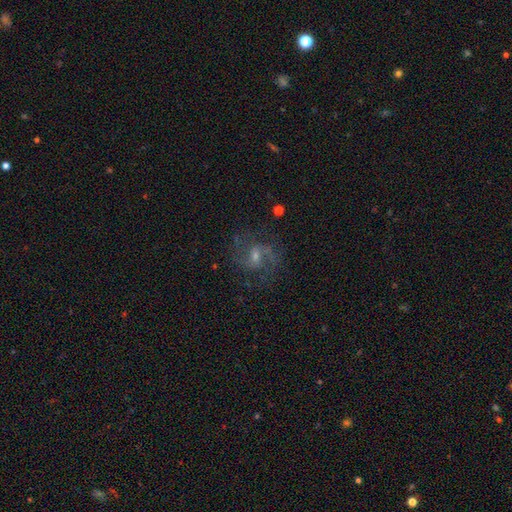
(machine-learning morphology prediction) Smooth or featured? Predicted: featured or disk (p=0.78). Edge-on disk? Predicted: no (p=0.97). Bar? Predicted: weak (p=0.56). Spiral arms? Predicted: yes (p=0.94). Spiral winding? Predicted: medium (p=0.54). Spiral arm count? Predicted: 2 (p=0.80). Bulge size? Predicted: small (p=0.47). Merging? Predicted: none (p=0.72).